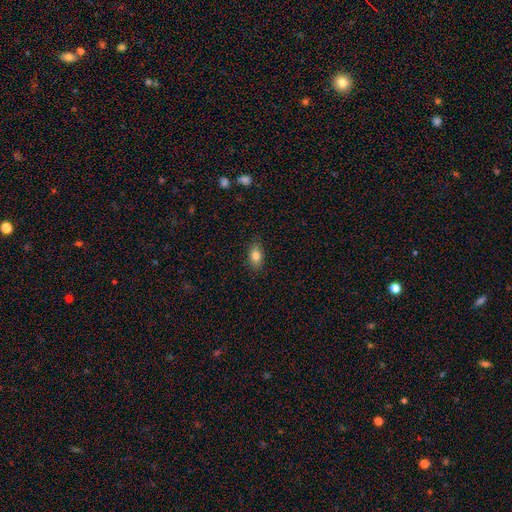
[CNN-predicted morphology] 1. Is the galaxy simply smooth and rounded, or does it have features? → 80% smooth, 11% featured or disk, 8% star or artifact.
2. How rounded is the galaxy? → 86% in between, 10% round, 5% cigar-shaped.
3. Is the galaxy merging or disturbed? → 86% none, 11% minor disturbance, 2% major disturbance, 1% merger.